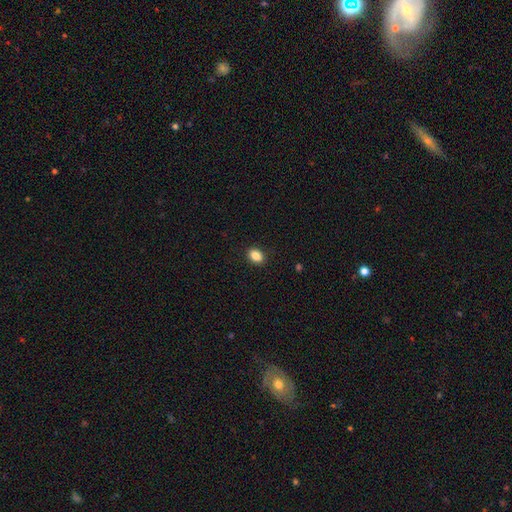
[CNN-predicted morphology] Smooth or featured? Predicted: smooth (p=0.87). How rounded? Predicted: in between (p=0.69). Merging? Predicted: none (p=0.90).